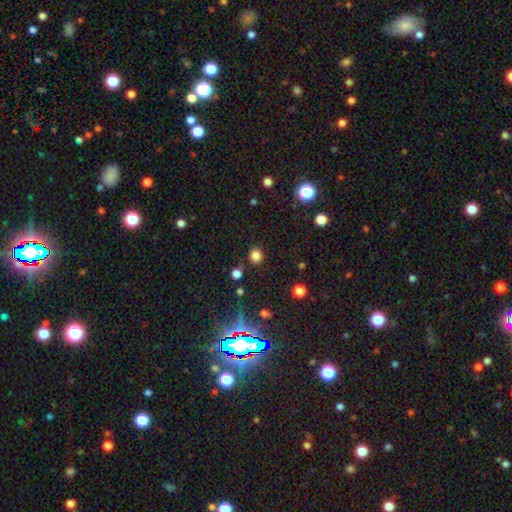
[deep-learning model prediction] Smooth or featured? Predicted: smooth (p=0.80). How rounded? Predicted: round (p=0.83). Merging? Predicted: none (p=0.84).